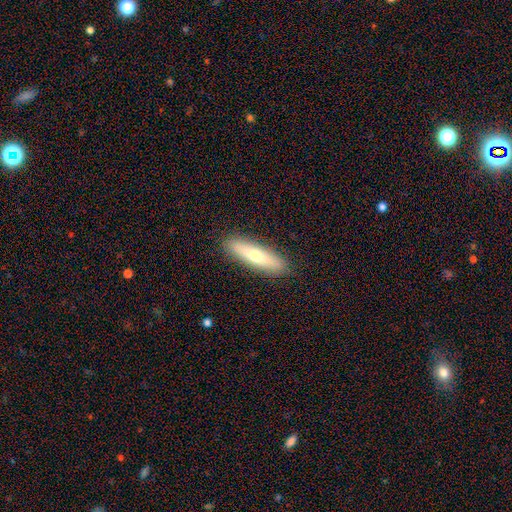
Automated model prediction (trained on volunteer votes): Smooth or featured: smooth — 60% (featured or disk — 34%)
How rounded: cigar-shaped — 72% (in between — 26%)
Merging: none — 90% (minor disturbance — 7%)